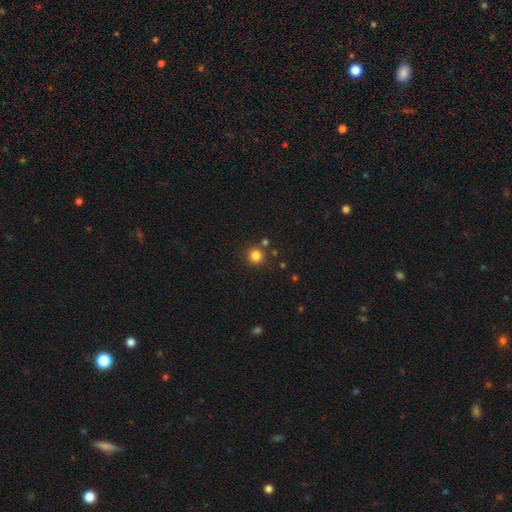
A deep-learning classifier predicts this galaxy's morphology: A smooth galaxy with no disk features (82%) that is round (93%). Merging: none (83%).